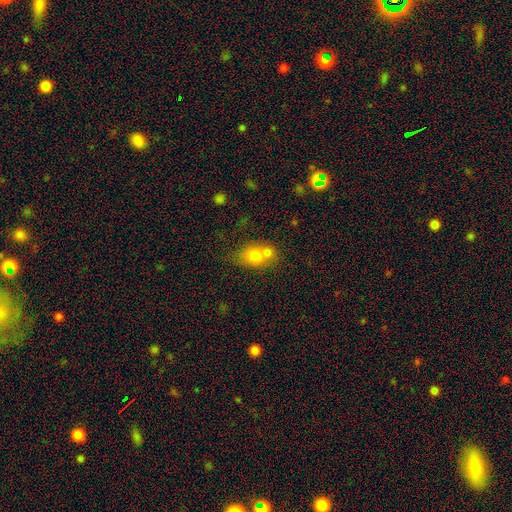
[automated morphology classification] A smooth galaxy with no disk features (73%) that is round (52%).

Vote fractions:
- Smooth or featured? smooth: 73% / featured or disk: 17% / star or artifact: 10%
- How rounded? round: 52% / in between: 46% / cigar-shaped: 2%
- Merging? merger: 51% / none: 34% / minor disturbance: 10% / major disturbance: 4%